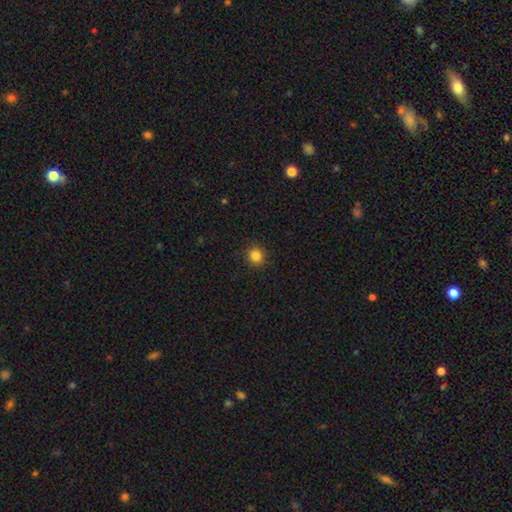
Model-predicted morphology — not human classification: This appears to be a smooth galaxy with no disk features (84%) that is round (90%). Merging: none (91%).